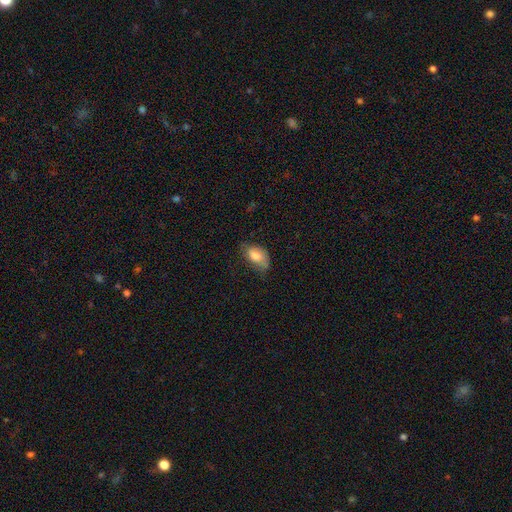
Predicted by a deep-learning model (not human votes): Morphology: type=smooth (78%); roundness=in between (91%); merging=none (48%).